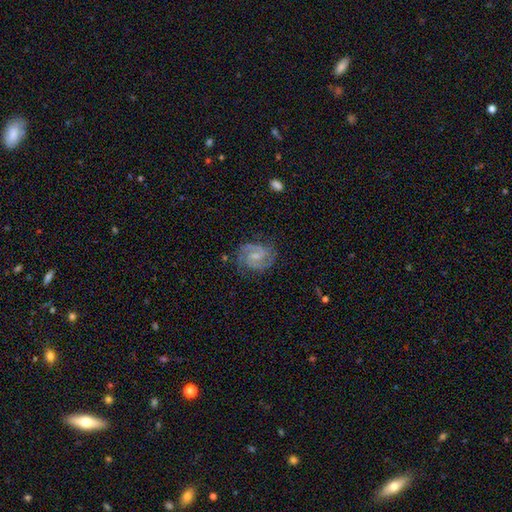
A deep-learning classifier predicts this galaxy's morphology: This is clearly a featured or disk galaxy (90%). It is clearly not viewed edge-on (98%). Bar: possibly weak (54%). Spiral arm pattern: clearly yes (98%). Spiral arm count: clearly 2 (87%). Spiral winding: possibly medium (52%). Central bulge: possibly small (58%). Merging: likely none (78%).